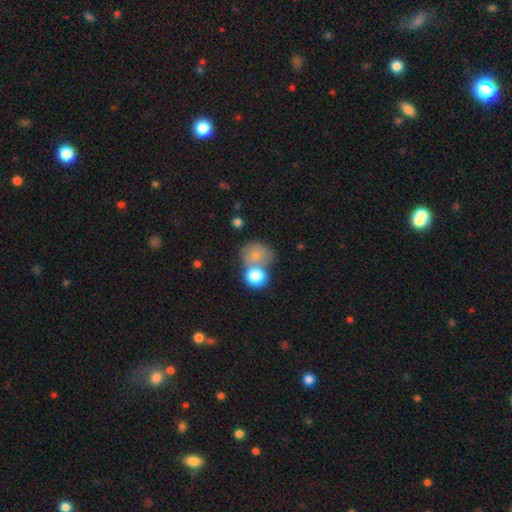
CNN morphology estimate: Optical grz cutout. It shows a smooth galaxy with no disk features (72%) that is round (76%). Merging: merger (42%).